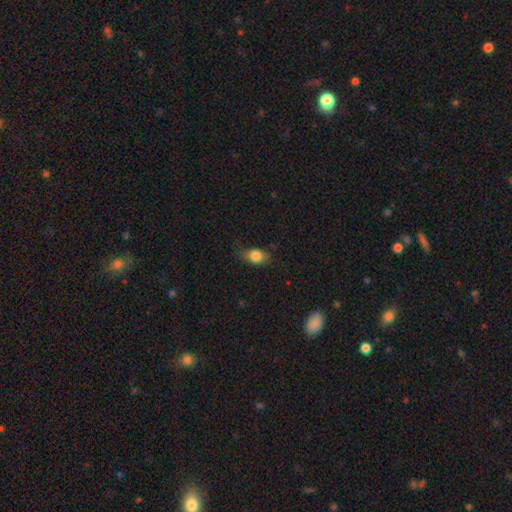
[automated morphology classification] Q: Smooth or featured?
A: smooth (81%); runner-up: featured or disk (10%)
Q: How rounded?
A: in between (67%); runner-up: round (30%)
Q: Merging?
A: none (61%); runner-up: minor disturbance (29%)